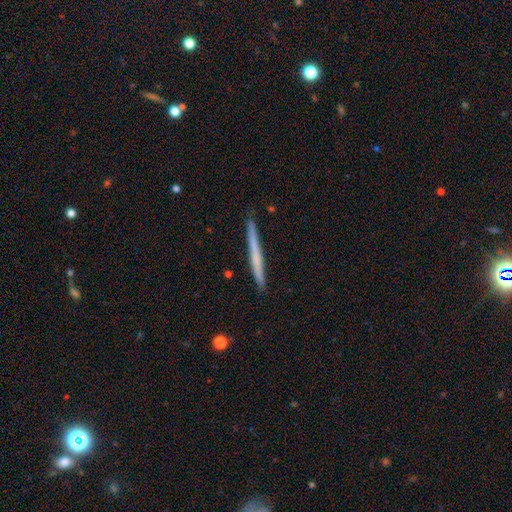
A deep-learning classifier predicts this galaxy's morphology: Smooth or featured: smooth — 53% (featured or disk — 41%)
How rounded: cigar-shaped — 97% (in between — 1%)
Merging: none — 90% (minor disturbance — 7%)